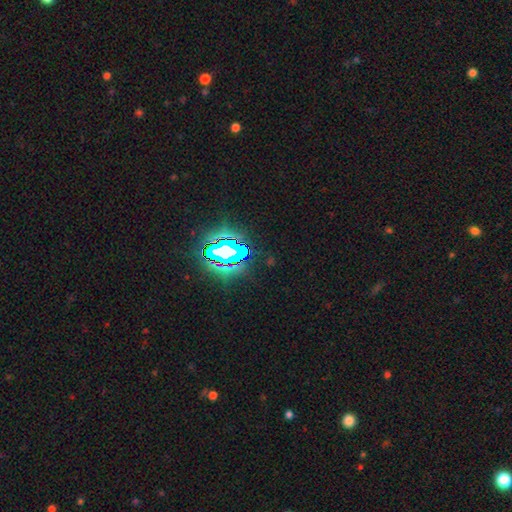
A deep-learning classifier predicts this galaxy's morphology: This appears to be a star or artifact, not a galaxy (84%).